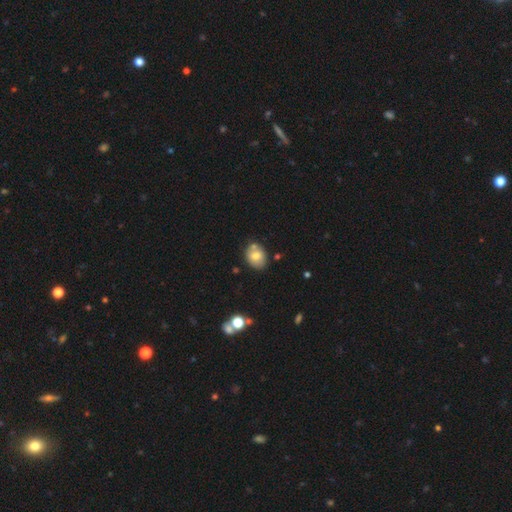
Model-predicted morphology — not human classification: A smooth galaxy with no disk features (72%) that is in between round and cigar-shaped (58%).

Vote fractions:
- Smooth or featured? smooth: 72% / featured or disk: 18% / star or artifact: 10%
- How rounded? in between: 58% / round: 41% / cigar-shaped: 1%
- Merging? none: 69% / minor disturbance: 15% / merger: 13% / major disturbance: 3%